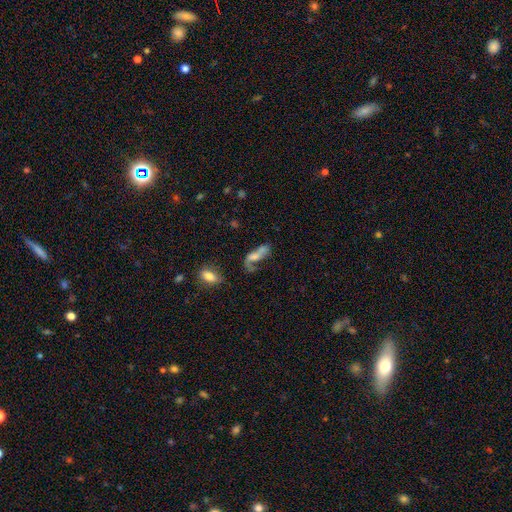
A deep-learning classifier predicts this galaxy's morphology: The model was most divided on "merging": major disturbance: 33%, none: 28%, merger: 22%, minor disturbance: 17%. More confident: edge-on disk — no (86%); smooth or featured — featured or disk (50%).